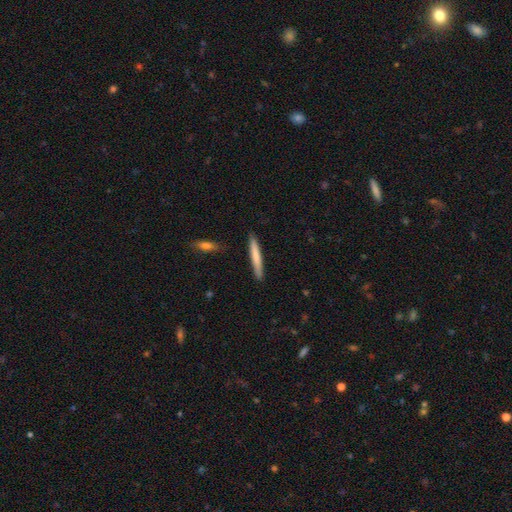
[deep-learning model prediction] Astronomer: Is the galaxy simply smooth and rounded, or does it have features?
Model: smooth — 73%.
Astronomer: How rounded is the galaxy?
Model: cigar-shaped — 96%.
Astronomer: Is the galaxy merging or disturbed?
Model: none — 89%.